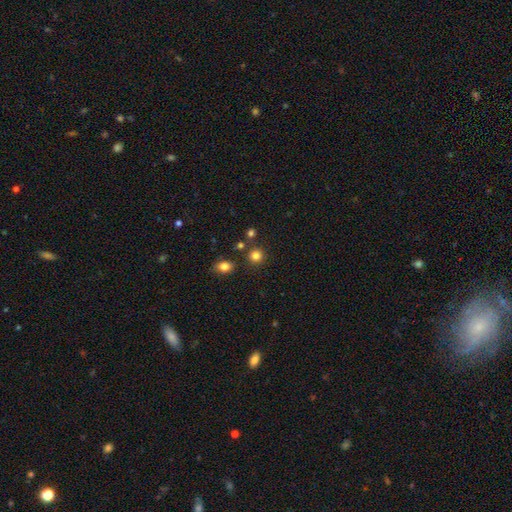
Smooth or featured? 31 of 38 (82%) said smooth. How rounded? 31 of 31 (100%) said round. Merging? 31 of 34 (91%) said none.